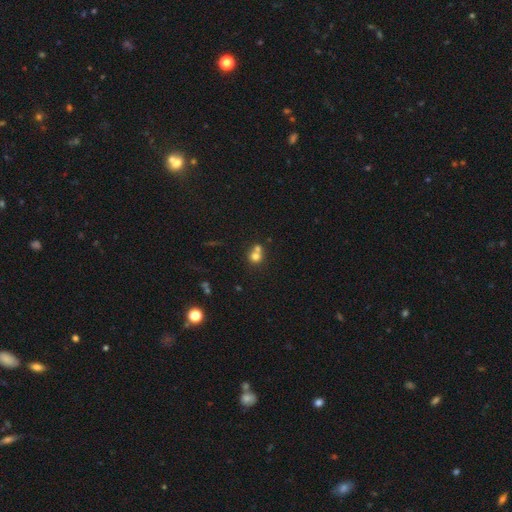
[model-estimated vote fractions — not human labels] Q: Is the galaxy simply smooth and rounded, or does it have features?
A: smooth — 71%.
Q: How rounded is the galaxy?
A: round — 83%.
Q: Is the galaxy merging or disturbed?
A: merger — 52%.